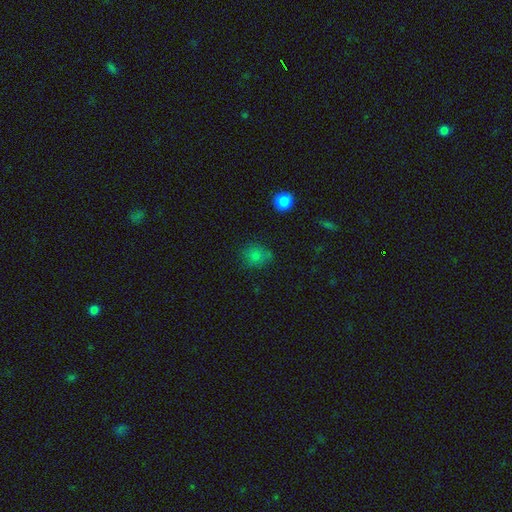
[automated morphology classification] smooth 73%, star or artifact 19%, featured or disk 8%. Down the decision tree: how rounded — round (78%); merging — none (73%).